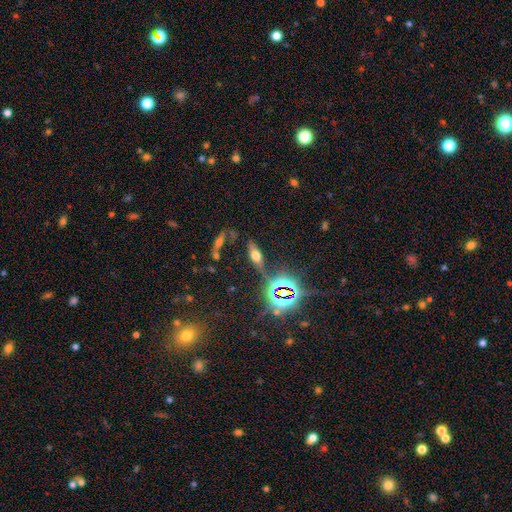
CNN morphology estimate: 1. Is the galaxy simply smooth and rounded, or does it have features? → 36% featured or disk, 35% smooth, 29% star or artifact.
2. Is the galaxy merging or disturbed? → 70% none, 15% minor disturbance, 8% merger, 7% major disturbance.